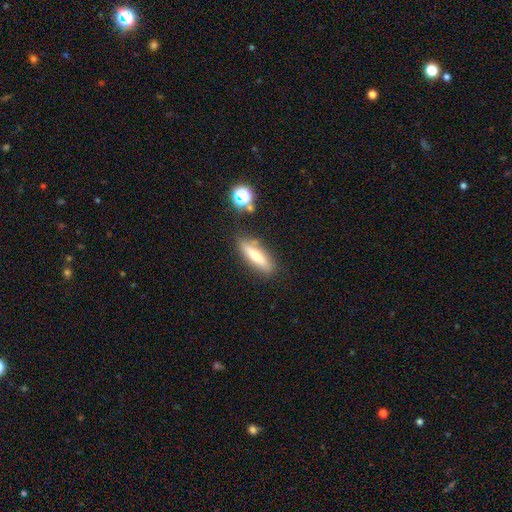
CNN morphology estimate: type=smooth (61%); roundness=cigar-shaped (68%); merging=none (79%).